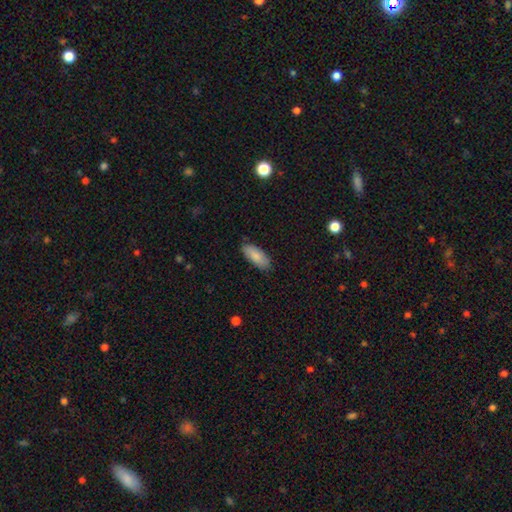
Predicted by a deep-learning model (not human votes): Smooth or featured? smooth (84%)
How rounded? in between (83%)
Merging? none (83%)